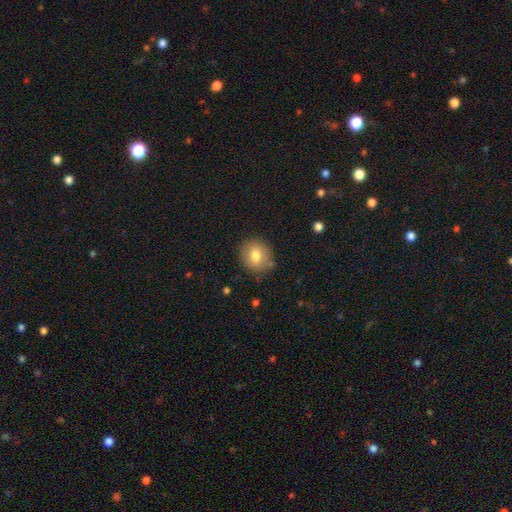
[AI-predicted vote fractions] The model was most divided on "how rounded": round: 74%, in between: 25%, cigar-shaped: 1%. More confident: merging — none (83%); smooth or featured — smooth (77%).